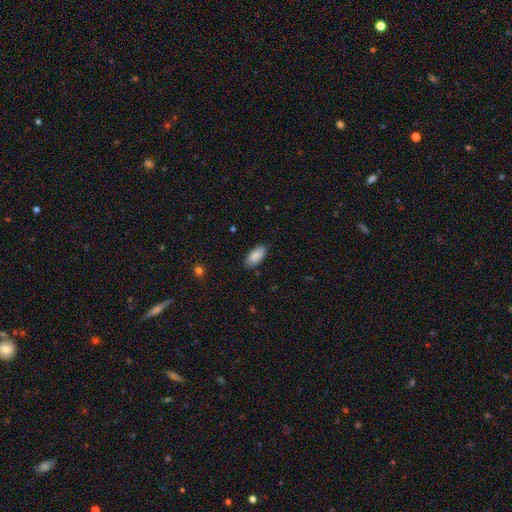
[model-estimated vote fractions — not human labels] smooth 89%, star or artifact 6%, featured or disk 5%. Down the decision tree: how rounded — in between (90%); merging — none (85%).